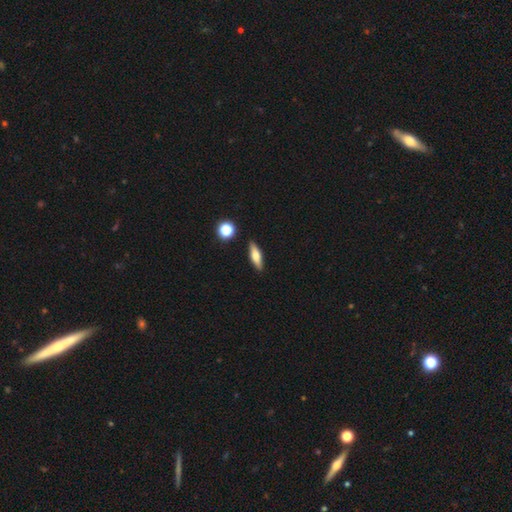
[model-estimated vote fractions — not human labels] Smooth or featured? Predicted: smooth (p=0.60). How rounded? Predicted: cigar-shaped (p=0.54). Merging? Predicted: none (p=0.87).